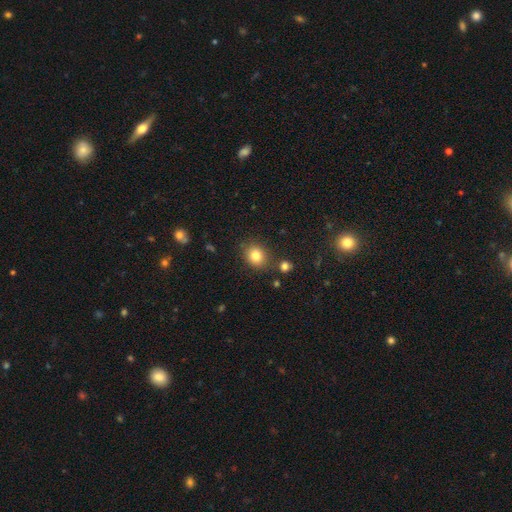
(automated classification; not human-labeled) Q: Smooth or featured?
A: smooth (81%); runner-up: star or artifact (11%)
Q: How rounded?
A: round (67%); runner-up: in between (32%)
Q: Merging?
A: none (80%); runner-up: minor disturbance (11%)